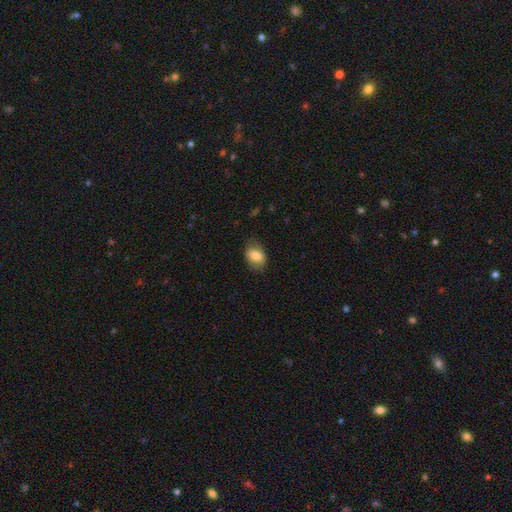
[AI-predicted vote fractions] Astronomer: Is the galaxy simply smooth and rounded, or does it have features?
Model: smooth — 80%.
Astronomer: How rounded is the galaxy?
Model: in between — 81%.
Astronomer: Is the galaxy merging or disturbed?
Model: none — 74%.